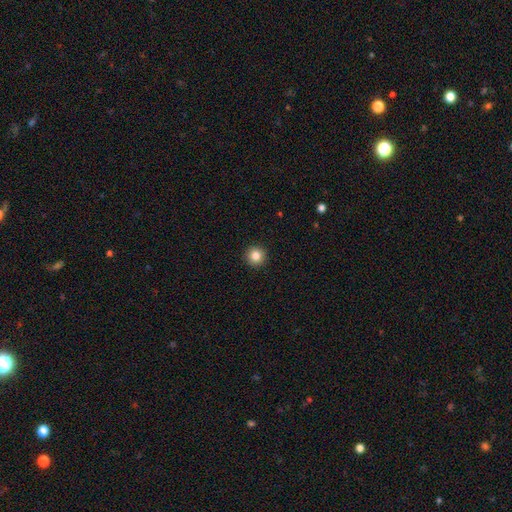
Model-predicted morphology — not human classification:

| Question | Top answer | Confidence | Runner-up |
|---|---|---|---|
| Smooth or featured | smooth | 84% | star or artifact (11%) |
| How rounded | round | 95% | in between (4%) |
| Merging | none | 93% | minor disturbance (4%) |